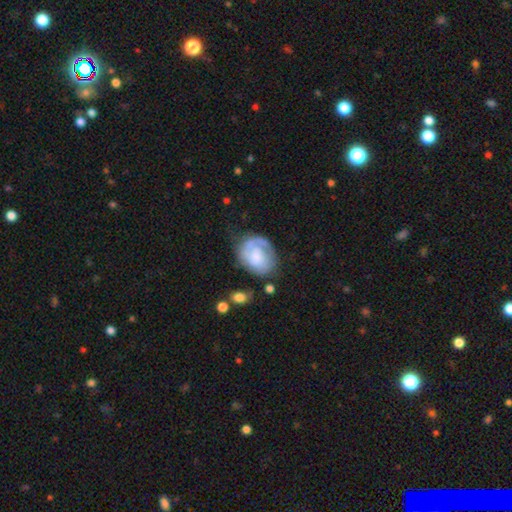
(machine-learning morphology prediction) Smooth or featured?
  - featured or disk: 61% *
  - smooth: 32%
  - star or artifact: 6%
Edge-on disk?
  - no: 98% *
  - yes: 2%
Bar?
  - no: 73% *
  - weak: 23%
  - strong: 4%
Spiral arms?
  - yes: 82% *
  - no: 18%
Bulge size?
  - small: 28% *
  - none: 26%
  - moderate: 25%
  - large: 17%
  - dominant: 4%
Merging?
  - none: 53% *
  - minor disturbance: 24%
  - major disturbance: 19%
  - merger: 5%